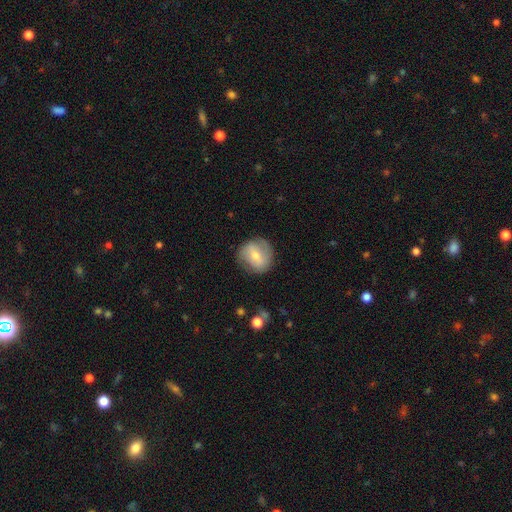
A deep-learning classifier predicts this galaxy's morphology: A smooth galaxy with no disk features (53%) that is round (81%).

Vote fractions:
- Smooth or featured? smooth: 53% / featured or disk: 40% / star or artifact: 7%
- How rounded? round: 81% / in between: 18% / cigar-shaped: 1%
- Merging? none: 78% / minor disturbance: 15% / major disturbance: 5% / merger: 1%